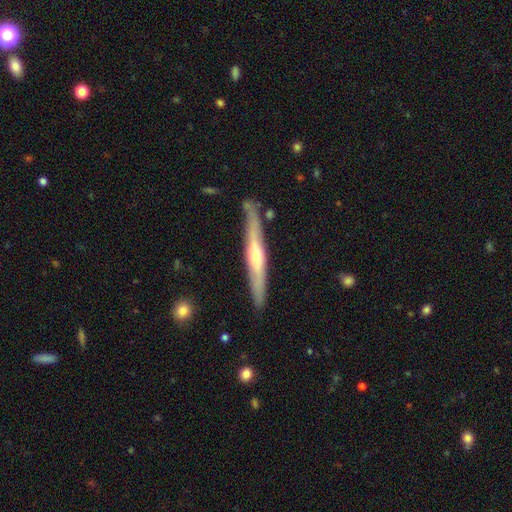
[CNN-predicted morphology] Smooth or featured?
  - featured or disk: 70% *
  - smooth: 24%
  - star or artifact: 6%
Edge-on disk?
  - yes: 95% *
  - no: 5%
Edge-on bulge?
  - rounded: 77% *
  - none: 19%
  - boxy: 4%
Merging?
  - none: 86% *
  - minor disturbance: 10%
  - merger: 2%
  - major disturbance: 2%